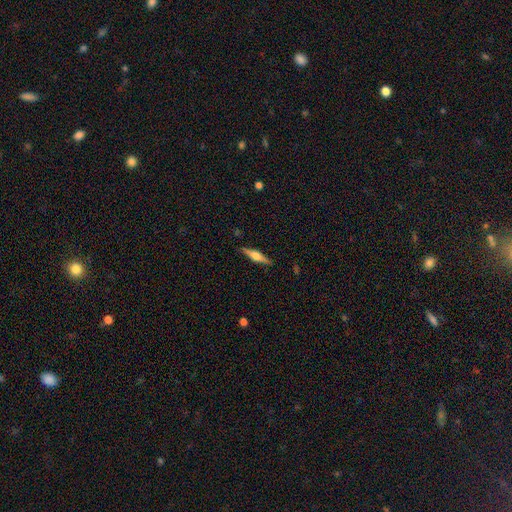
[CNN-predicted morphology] The model was most divided on "smooth or featured": featured or disk: 67%, smooth: 27%, star or artifact: 6%. More confident: edge-on disk — yes (97%); merging — none (89%); edge-on bulge — rounded (89%).